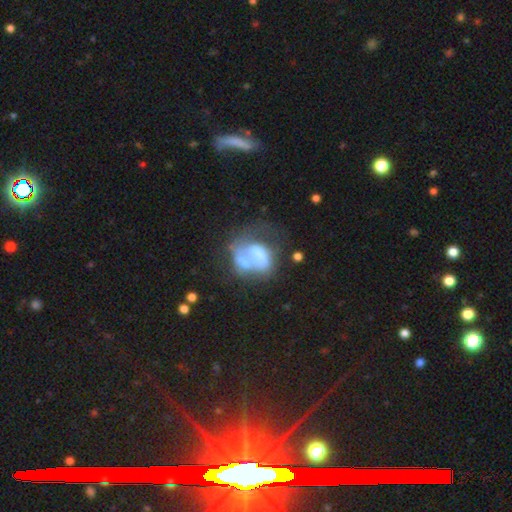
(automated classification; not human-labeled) Smooth or featured? Predicted: featured or disk (p=0.54). Edge-on disk? Predicted: no (p=0.97). Bar? Predicted: no (p=0.73). Spiral arms? Predicted: no (p=0.87). Bulge size? Predicted: none (p=0.43). Merging? Predicted: merger (p=0.34).